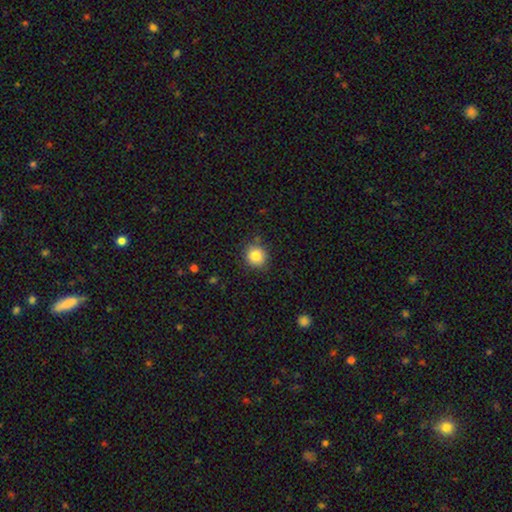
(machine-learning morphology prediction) Smooth or featured?
  - smooth: 84% *
  - star or artifact: 10%
  - featured or disk: 6%
How rounded?
  - round: 89% *
  - in between: 10%
  - cigar-shaped: 1%
Merging?
  - none: 85% *
  - minor disturbance: 11%
  - major disturbance: 3%
  - merger: 2%